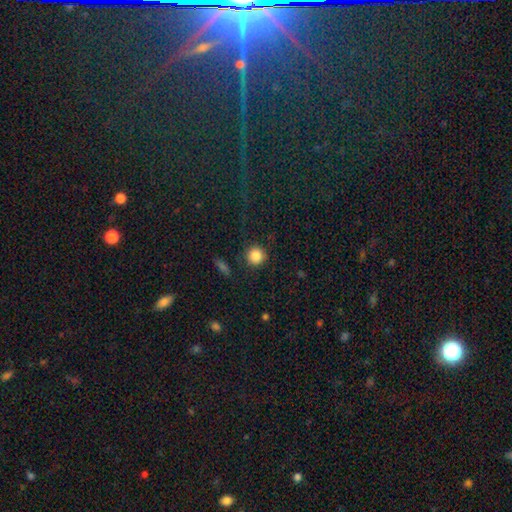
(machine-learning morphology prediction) Smooth or featured: smooth — 85% (star or artifact — 10%)
How rounded: round — 94% (in between — 5%)
Merging: none — 88% (minor disturbance — 7%)